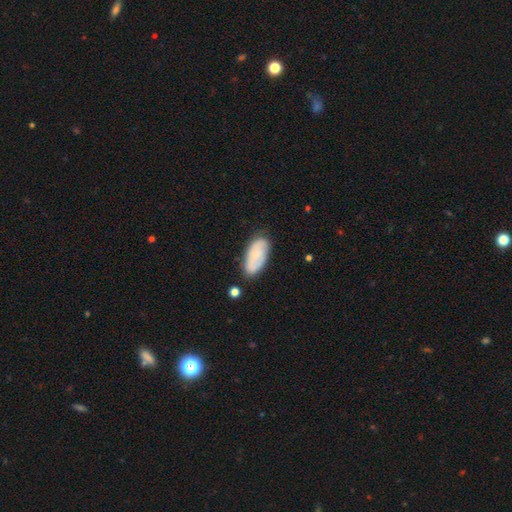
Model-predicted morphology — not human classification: Overall: smooth (59%; featured or disk 34%). How rounded: in between (91%). Merging: none (73%).